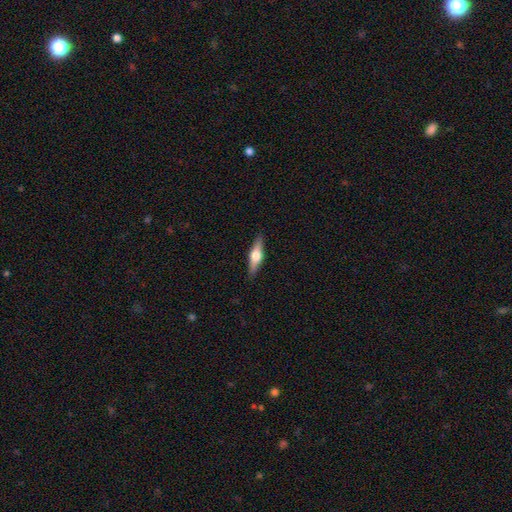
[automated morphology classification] A featured or disk galaxy (62%) viewed edge-on (96%) with a rounded central bulge (95%).

Vote fractions:
- Smooth or featured? featured or disk: 62% / smooth: 32% / star or artifact: 6%
- Edge-on disk? yes: 96% / no: 4%
- Edge-on bulge? rounded: 95% / boxy: 4% / none: 2%
- Merging? none: 90% / minor disturbance: 8% / major disturbance: 2% / merger: 1%